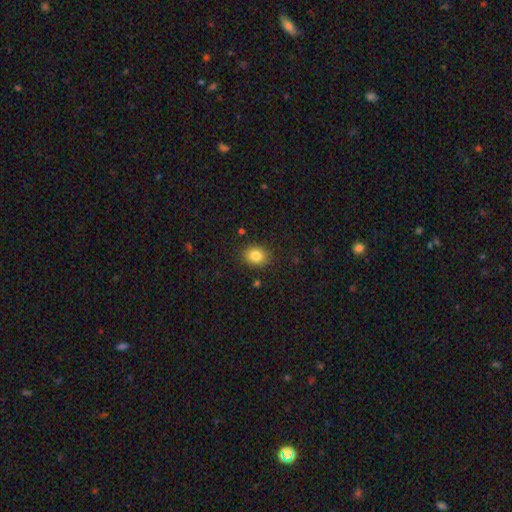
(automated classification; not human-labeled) smooth_or_featured: smooth (p=0.83) [alt: star or artifact p=0.10]
how_rounded: round (p=0.52) [alt: in between p=0.47]
merging: none (p=0.87) [alt: minor disturbance p=0.09]